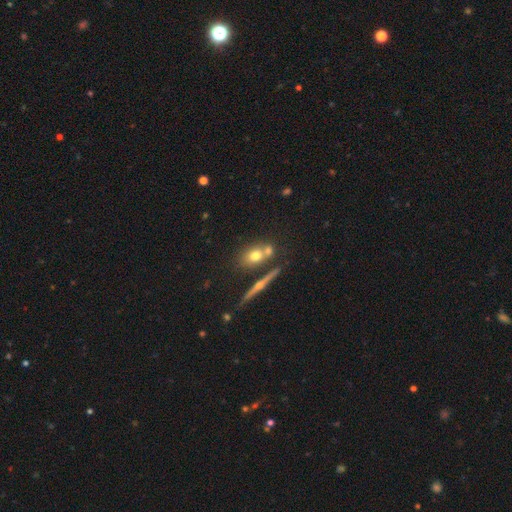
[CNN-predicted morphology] Smooth or featured?
  - smooth: 63% *
  - featured or disk: 25%
  - star or artifact: 11%
How rounded?
  - in between: 50% *
  - round: 42%
  - cigar-shaped: 8%
Merging?
  - none: 54% *
  - merger: 31%
  - minor disturbance: 11%
  - major disturbance: 4%